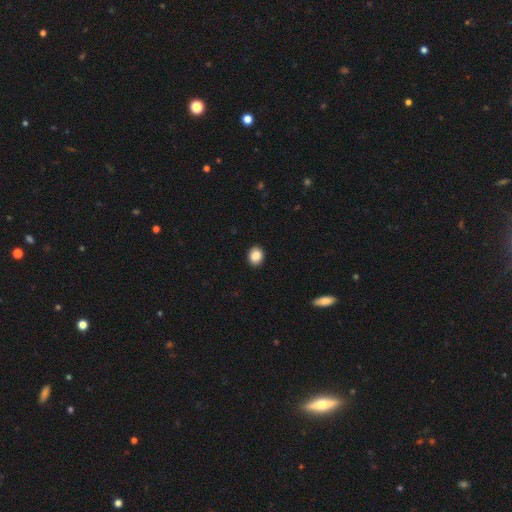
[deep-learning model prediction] Smooth or featured: smooth — 88% (star or artifact — 9%)
How rounded: round — 59% (in between — 40%)
Merging: none — 91% (minor disturbance — 6%)